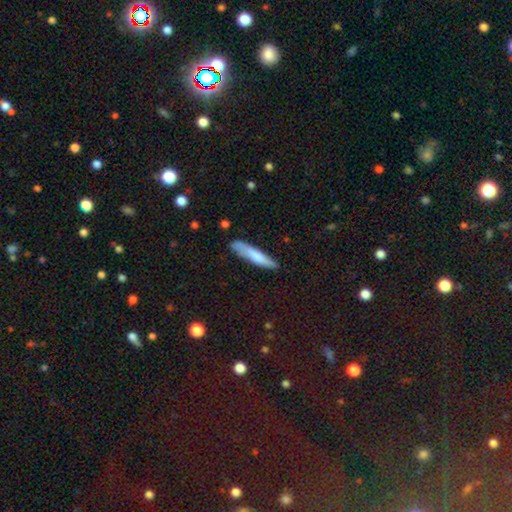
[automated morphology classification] Smooth or featured? smooth (73%)
How rounded? cigar-shaped (88%)
Merging? none (79%)